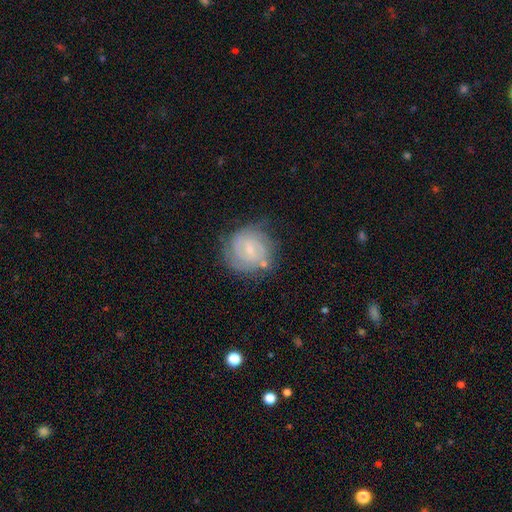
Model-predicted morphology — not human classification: type=featured or disk (75%); edge-on=no (98%); bar=weak (51%); spiral arms=yes (91%); winding=tight (70%); arm count=2 (37%); bulge=small (72%); merging=none (70%).